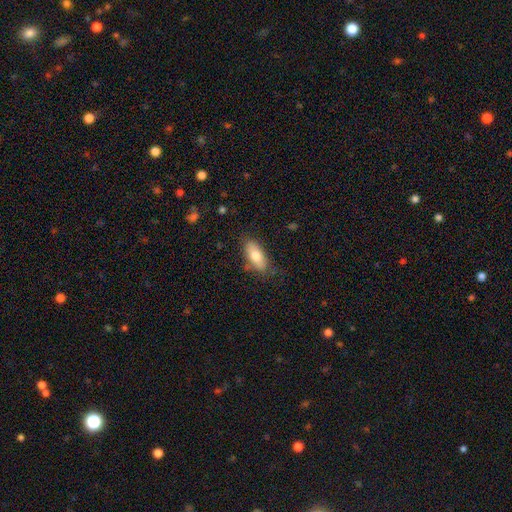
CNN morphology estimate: Overall: smooth (77%). How rounded: in between (83%). Merging: none (77%).